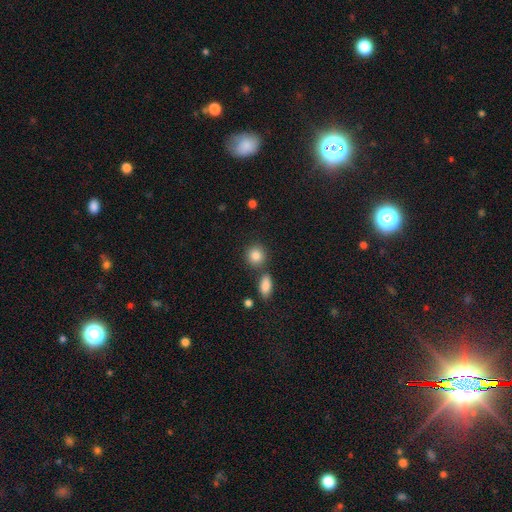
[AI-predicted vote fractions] A smooth galaxy with no disk features (85%) that is round (81%). Merging: none (73%).